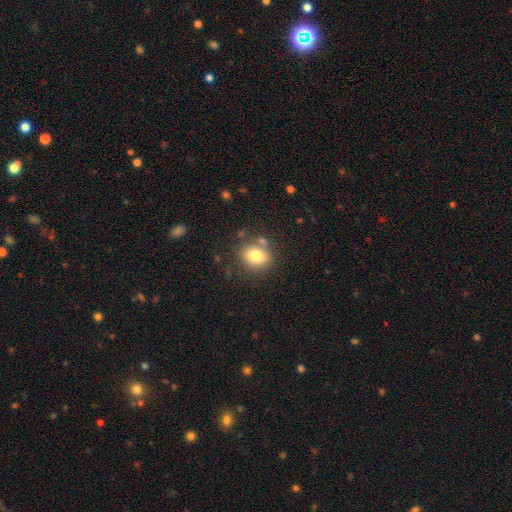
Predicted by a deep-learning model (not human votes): The model was most divided on "how rounded": round: 58%, in between: 42%, cigar-shaped: 1%. More confident: smooth or featured — smooth (80%); merging — none (76%).